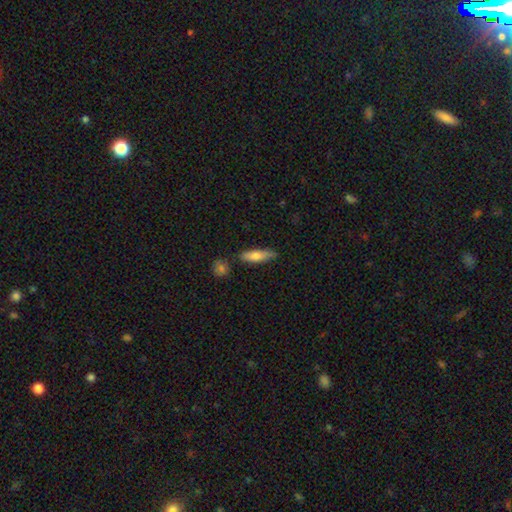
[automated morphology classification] Smooth or featured? Predicted: smooth (p=0.72). How rounded? Predicted: cigar-shaped (p=0.62). Merging? Predicted: none (p=0.76).